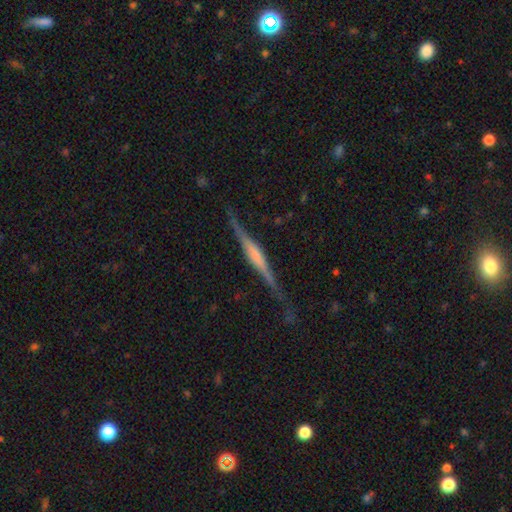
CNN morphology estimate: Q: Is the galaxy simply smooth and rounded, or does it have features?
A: featured or disk — 76%.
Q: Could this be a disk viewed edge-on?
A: yes — 97%.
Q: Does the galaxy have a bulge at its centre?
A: rounded — 48%.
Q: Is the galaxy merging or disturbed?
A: none — 81%.